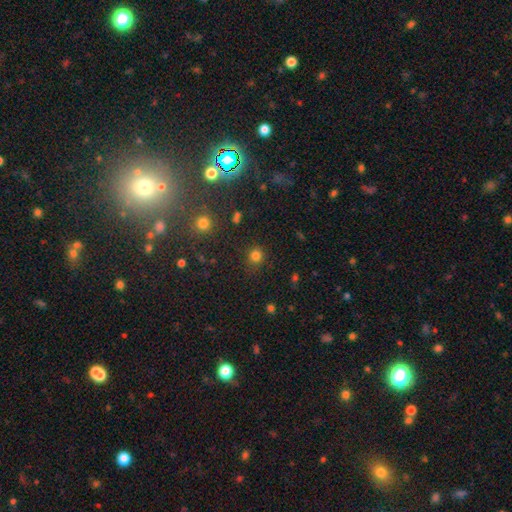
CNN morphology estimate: type=smooth (78%); roundness=round (89%); merging=none (84%).